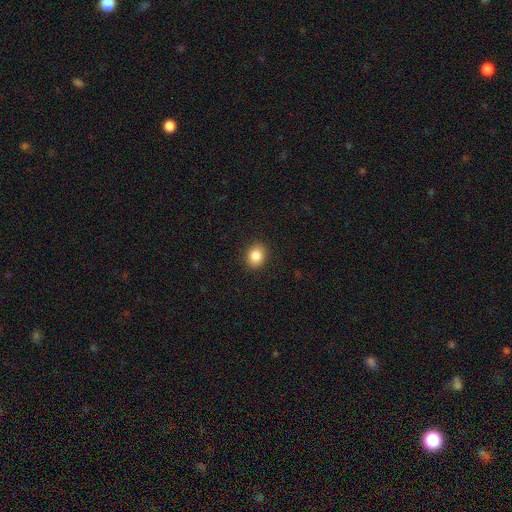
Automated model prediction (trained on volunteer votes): This is clearly a smooth galaxy (86%). How rounded: possibly round (56%). Merging: clearly none (89%).